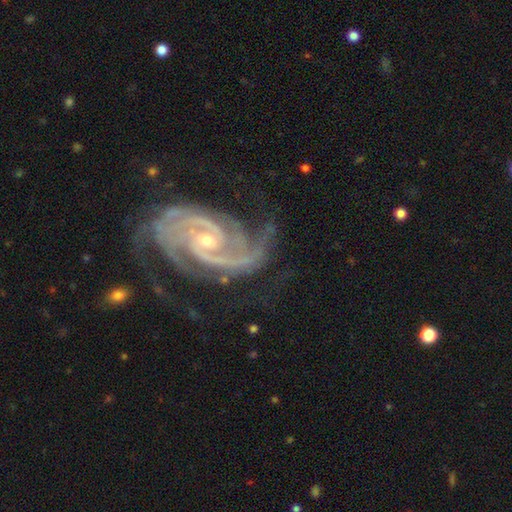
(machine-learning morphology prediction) The model was most divided on "bar": no: 46%, weak: 36%, strong: 18%. Remaining: spiral arms — yes (99%); edge-on disk — no (97%); smooth or featured — featured or disk (93%); merging — none (67%); bulge size — small (66%); spiral winding — tight (55%); spiral arm count — 2 (45%).